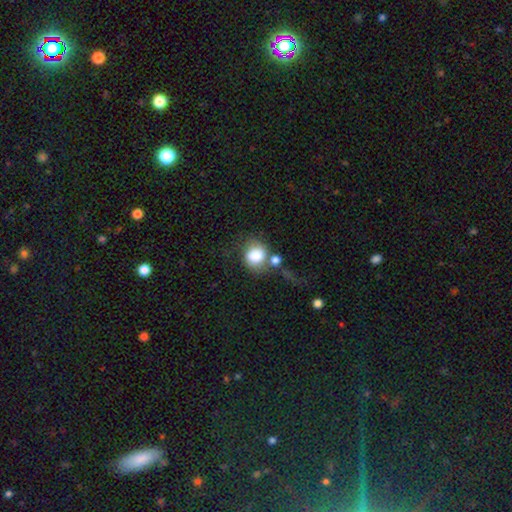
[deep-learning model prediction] The model was most divided on "merging" (2-way tie): merger: 33%, none: 33%, major disturbance: 19%, minor disturbance: 16%. More confident: smooth or featured — smooth (79%); how rounded — round (73%).